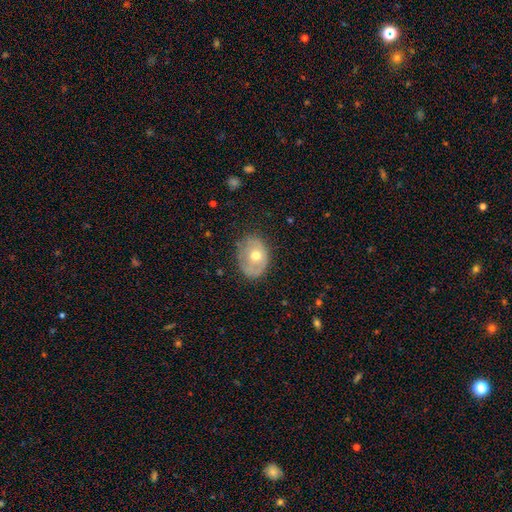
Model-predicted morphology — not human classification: type=smooth (53%); roundness=in between (62%); merging=none (64%).